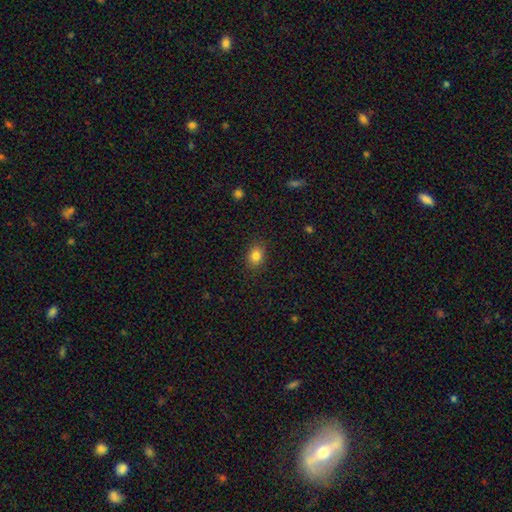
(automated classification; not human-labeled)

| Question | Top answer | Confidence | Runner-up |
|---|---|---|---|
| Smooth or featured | smooth | 84% | star or artifact (10%) |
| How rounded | in between | 55% | round (44%) |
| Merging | none | 87% | minor disturbance (10%) |